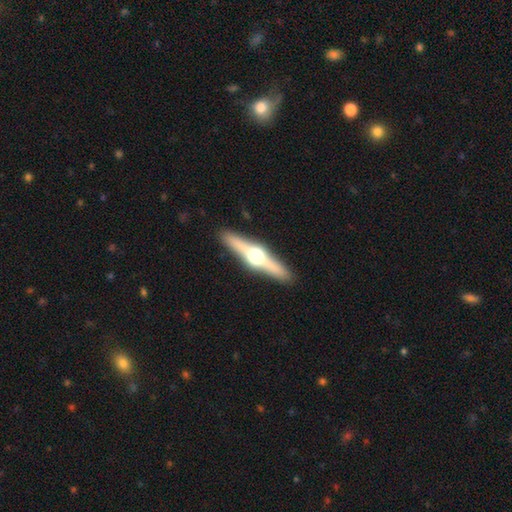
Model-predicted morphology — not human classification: Q: Smooth or featured?
A: featured or disk (74%); runner-up: smooth (20%)
Q: Edge-on disk?
A: yes (97%); runner-up: no (3%)
Q: Edge-on bulge?
A: rounded (96%); runner-up: boxy (2%)
Q: Merging?
A: none (91%); runner-up: minor disturbance (6%)